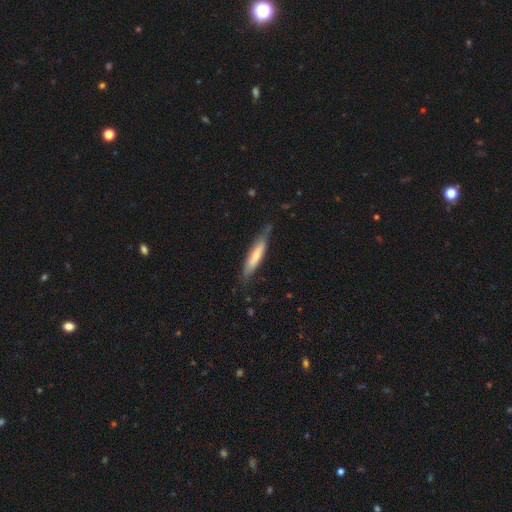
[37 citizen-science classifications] Q: Smooth or featured?
A: smooth (57%); runner-up: featured or disk (38%)
Q: How rounded?
A: cigar-shaped (95%); runner-up: in between (5%)
Q: Merging?
A: minor disturbance (51%); runner-up: none (46%)